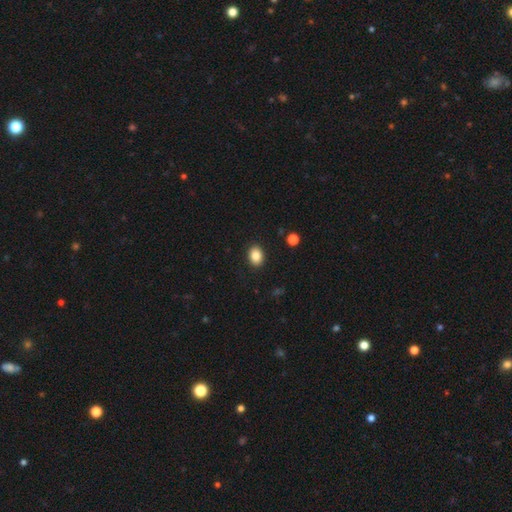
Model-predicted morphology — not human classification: The model was most divided on "how rounded": in between: 67%, round: 32%, cigar-shaped: 1%. More confident: merging — none (90%); smooth or featured — smooth (85%).